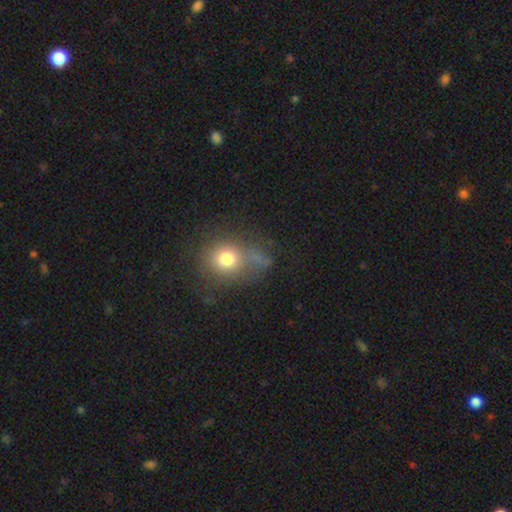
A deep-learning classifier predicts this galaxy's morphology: Q: Smooth or featured?
A: smooth (71%); runner-up: star or artifact (16%)
Q: How rounded?
A: round (71%); runner-up: in between (28%)
Q: Merging?
A: none (50%); runner-up: minor disturbance (24%)